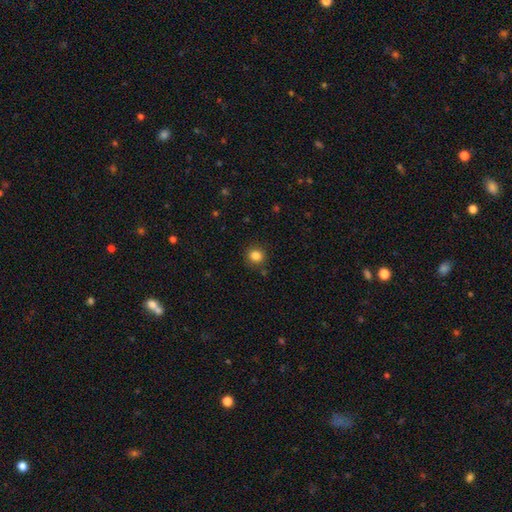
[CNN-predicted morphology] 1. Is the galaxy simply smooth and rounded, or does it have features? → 84% smooth, 11% star or artifact, 5% featured or disk.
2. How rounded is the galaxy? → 86% round, 13% in between, 1% cigar-shaped.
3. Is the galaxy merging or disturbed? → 86% none, 9% minor disturbance, 3% major disturbance, 2% merger.